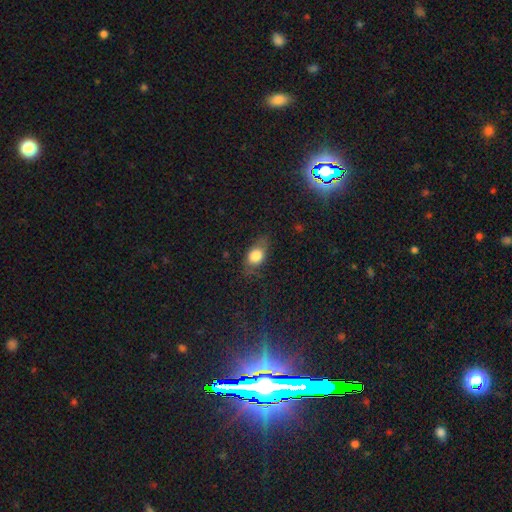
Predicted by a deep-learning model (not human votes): Smooth or featured? Predicted: smooth (p=0.74). How rounded? Predicted: in between (p=0.72). Merging? Predicted: none (p=0.66).